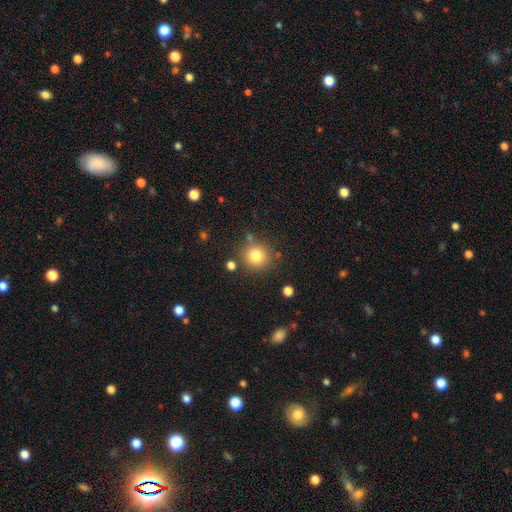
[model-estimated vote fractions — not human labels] Q: Smooth or featured?
A: smooth (81%); runner-up: star or artifact (12%)
Q: How rounded?
A: round (91%); runner-up: in between (8%)
Q: Merging?
A: none (79%); runner-up: minor disturbance (10%)